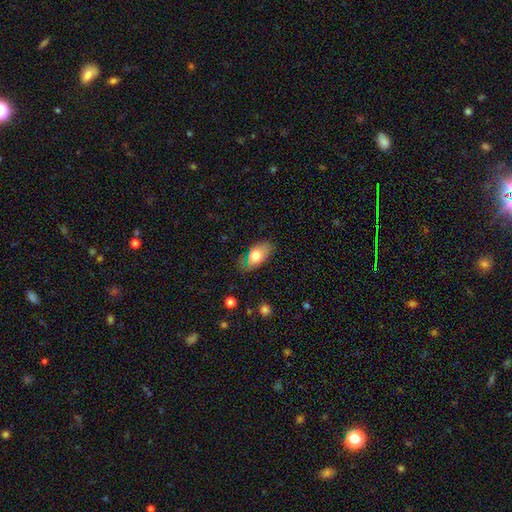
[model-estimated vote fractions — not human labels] Smooth or featured?
  - smooth: 75% *
  - featured or disk: 18%
  - star or artifact: 7%
How rounded?
  - in between: 90% *
  - round: 6%
  - cigar-shaped: 4%
Merging?
  - none: 72% *
  - minor disturbance: 21%
  - major disturbance: 5%
  - merger: 1%